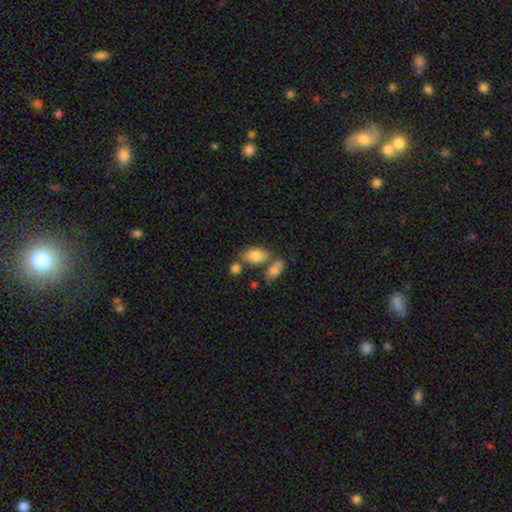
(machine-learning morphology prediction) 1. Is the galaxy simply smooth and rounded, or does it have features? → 81% smooth, 11% featured or disk, 8% star or artifact.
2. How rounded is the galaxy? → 90% in between, 8% round, 3% cigar-shaped.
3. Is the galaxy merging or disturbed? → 54% none, 27% merger, 14% minor disturbance, 5% major disturbance.